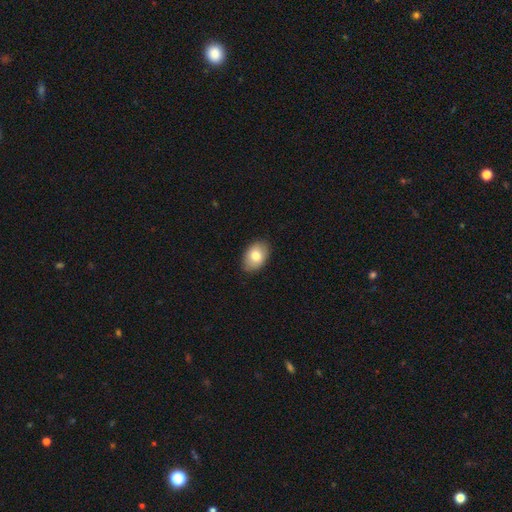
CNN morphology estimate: The model was most divided on "smooth or featured": smooth: 80%, featured or disk: 13%, star or artifact: 7%. More confident: merging — none (86%); how rounded — in between (85%).